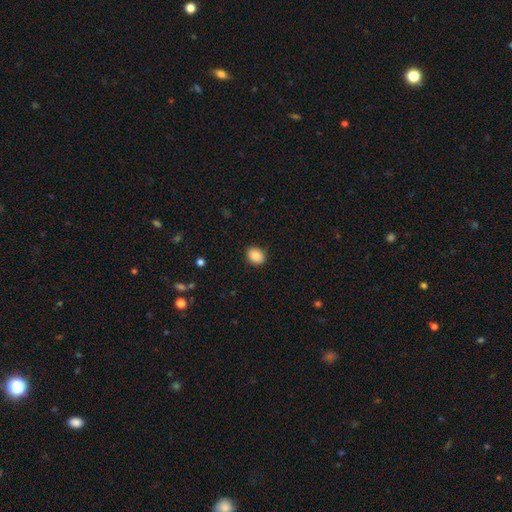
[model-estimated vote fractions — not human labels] Morphology: type=smooth (89%); roundness=in between (57%); merging=none (89%).